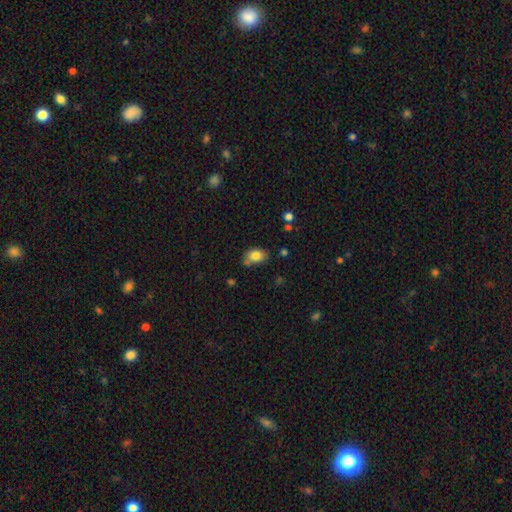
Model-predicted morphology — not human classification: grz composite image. It shows a smooth galaxy with no disk features (80%) that is in between round and cigar-shaped (77%). Merging: none (63%).